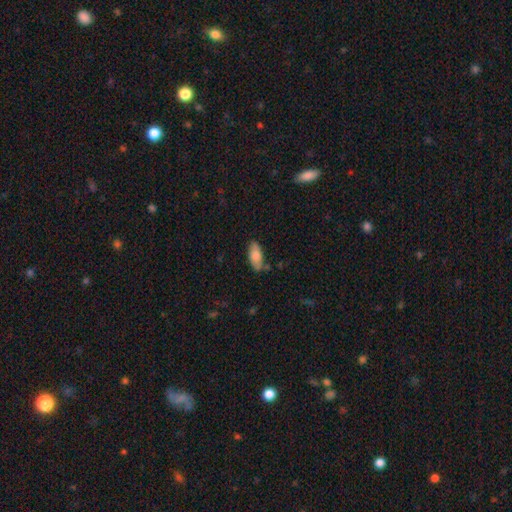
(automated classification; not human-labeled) This appears to be a smooth galaxy with no disk features (80%) that is in between round and cigar-shaped (85%). Merging: none (71%).